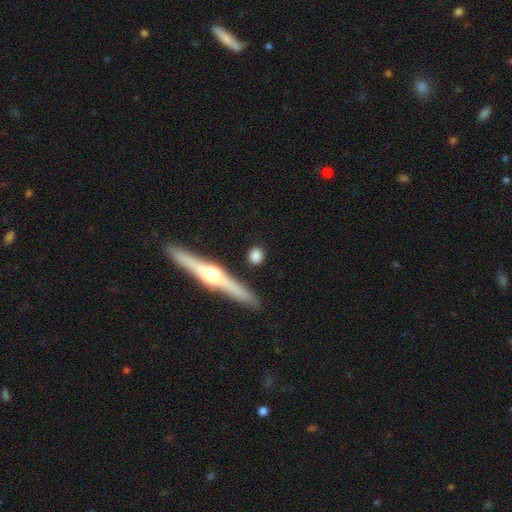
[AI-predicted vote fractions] This appears to be a smooth galaxy with no disk features (73%) that is round (65%). Merging: none (85%).